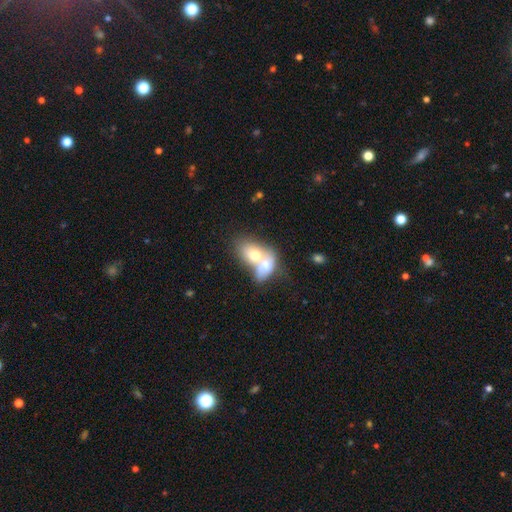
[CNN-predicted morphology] Overall: smooth (63%; featured or disk 29%). How rounded: in between (72%). Merging: merger (80%).